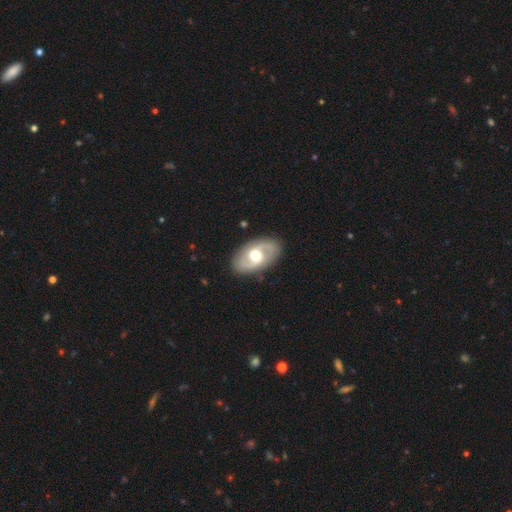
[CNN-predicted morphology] Smooth or featured: featured or disk — 73% (smooth — 23%)
Edge-on disk: no — 94% (yes — 6%)
Bar: no — 52% (weak — 36%)
Spiral arms: yes — 75% (no — 25%)
Spiral winding: medium — 45% (loose — 30%)
Spiral arm count: 2 — 87% (can't tell — 8%)
Bulge size: moderate — 72% (large — 19%)
Merging: none — 86% (minor disturbance — 10%)